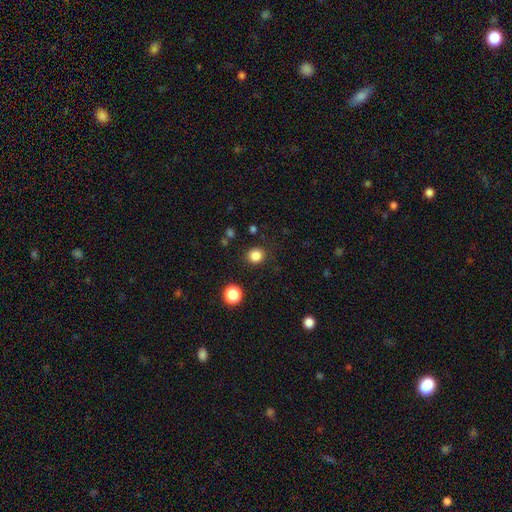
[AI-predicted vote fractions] This is clearly a smooth galaxy (84%). How rounded: clearly round (89%). Merging: clearly none (88%).